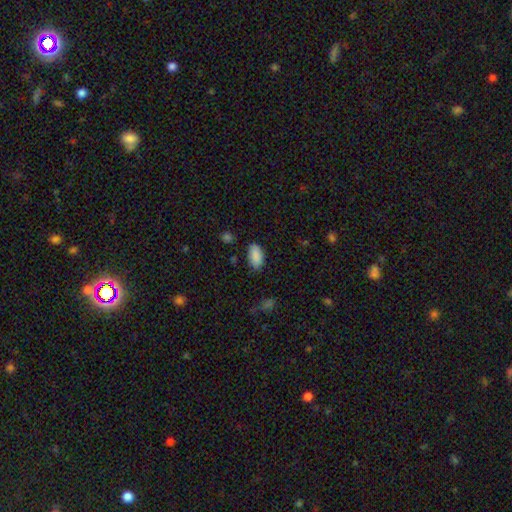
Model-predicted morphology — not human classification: smooth 89%, star or artifact 7%, featured or disk 4%. Down the decision tree: how rounded — in between (94%); merging — none (81%).